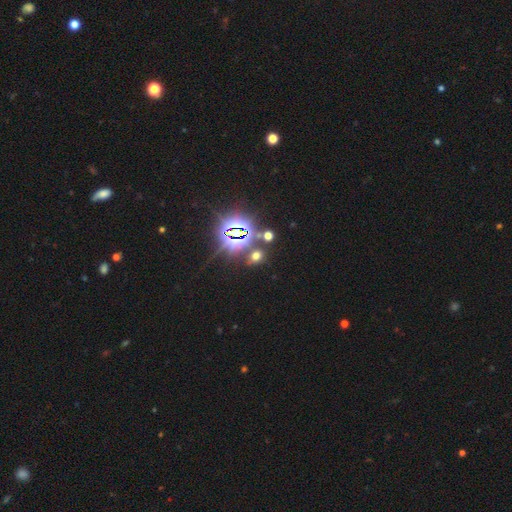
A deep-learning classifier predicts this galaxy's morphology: A star or artifact, not a galaxy (50%).

Vote fractions:
- Smooth or featured? star or artifact: 50% / smooth: 41% / featured or disk: 9%